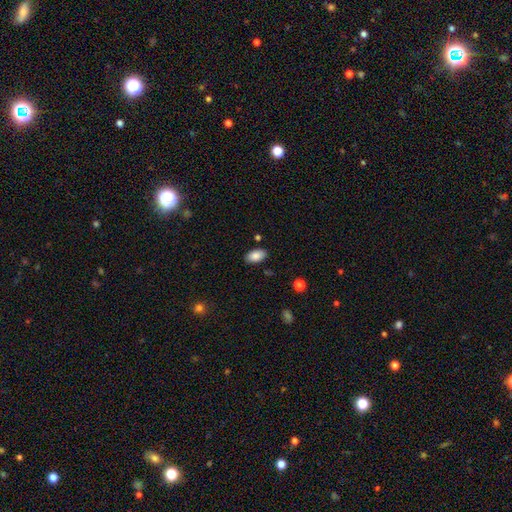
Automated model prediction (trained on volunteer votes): Smooth or featured: smooth — 87% (star or artifact — 8%)
How rounded: in between — 94% (round — 5%)
Merging: none — 85% (minor disturbance — 10%)